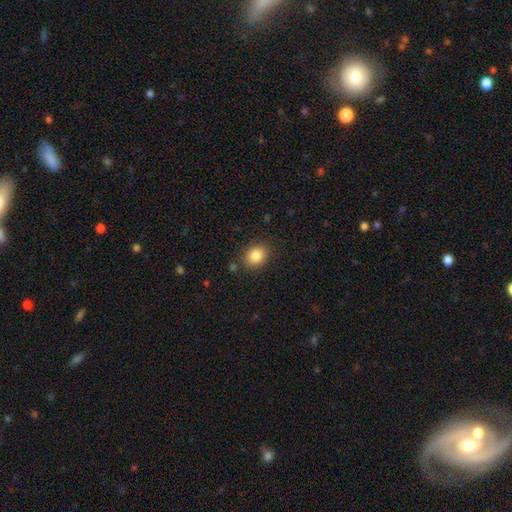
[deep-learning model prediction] A smooth galaxy with no disk features (85%) that is round (52%). Merging: none (84%).